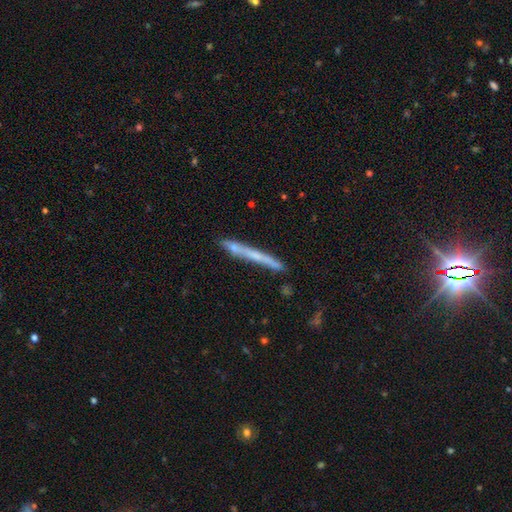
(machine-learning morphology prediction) smooth-or-featured: featured or disk: 50% | smooth: 43% | star or artifact: 8%
  merging: none: 77% | minor disturbance: 15% | merger: 4% | major disturbance: 3%